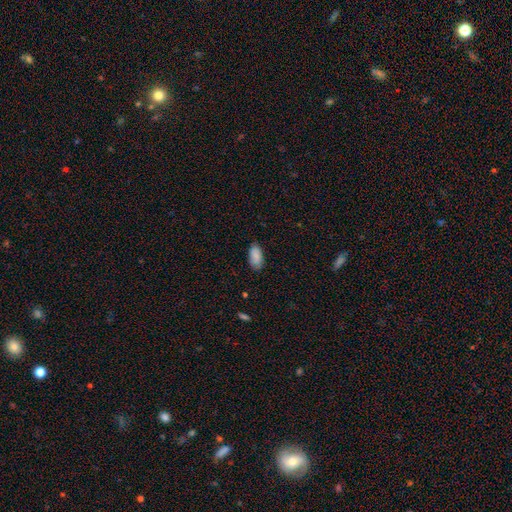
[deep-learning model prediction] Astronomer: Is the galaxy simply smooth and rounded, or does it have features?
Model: smooth — 86%.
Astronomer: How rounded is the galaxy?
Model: in between — 93%.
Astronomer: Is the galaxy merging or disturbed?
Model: none — 83%.